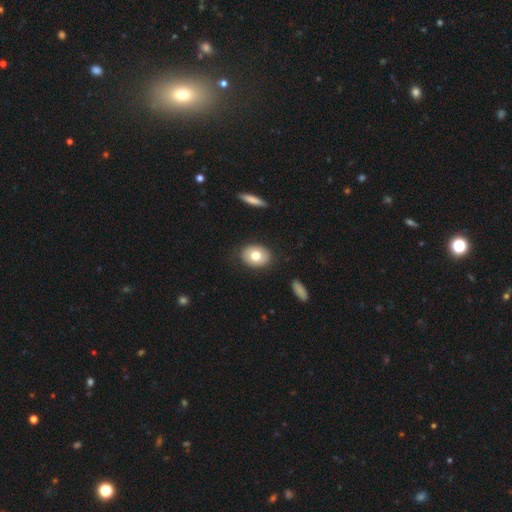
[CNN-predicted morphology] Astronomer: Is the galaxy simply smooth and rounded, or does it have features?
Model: smooth — 74%.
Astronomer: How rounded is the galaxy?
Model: in between — 64%.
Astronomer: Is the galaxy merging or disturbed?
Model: none — 87%.